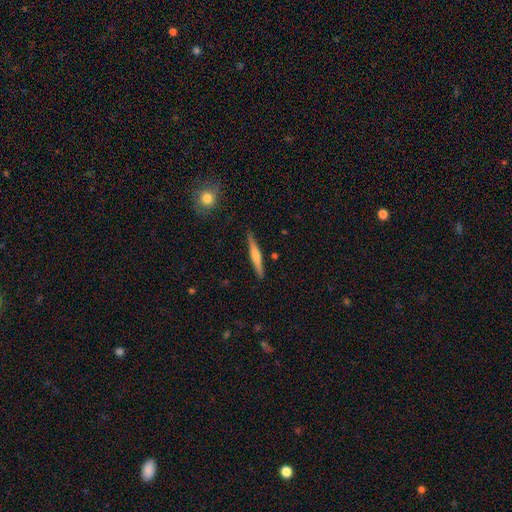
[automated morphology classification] This is possibly a smooth galaxy (50%). Merging: clearly none (89%).